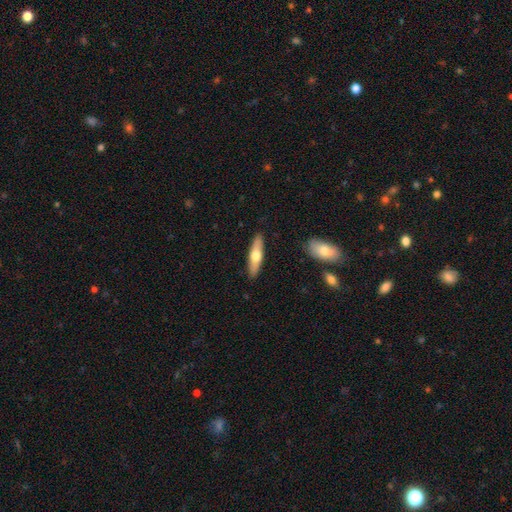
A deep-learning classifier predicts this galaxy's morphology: Overall: smooth (54%; featured or disk 41%). How rounded: cigar-shaped (71%). Merging: none (90%).